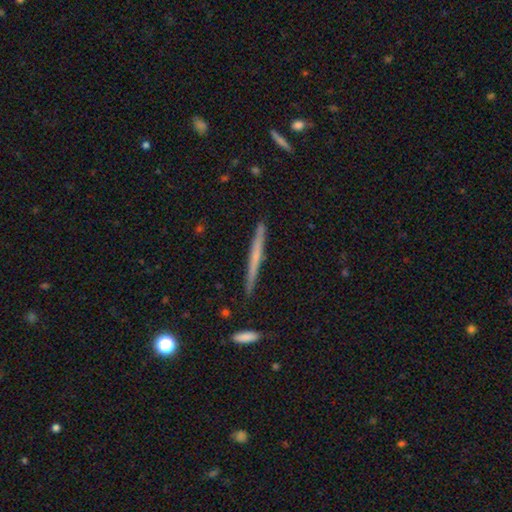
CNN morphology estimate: A featured or disk galaxy (51%) viewed edge-on (97%).

Vote fractions:
- Smooth or featured? featured or disk: 51% / smooth: 42% / star or artifact: 6%
- Edge-on disk? yes: 97% / no: 3%
- Merging? none: 90% / minor disturbance: 7% / merger: 2% / major disturbance: 1%